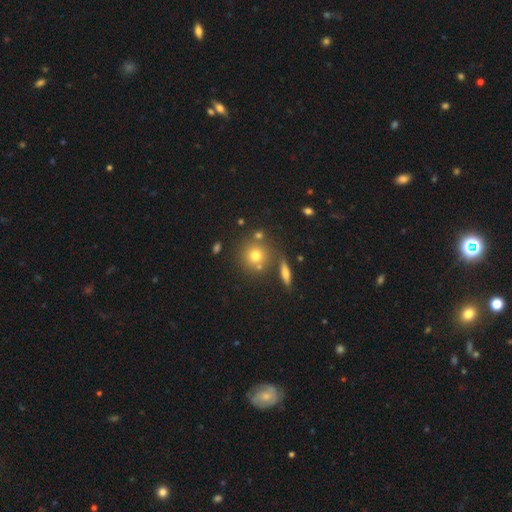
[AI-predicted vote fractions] Smooth or featured? smooth (71%)
How rounded? round (90%)
Merging? none (73%)